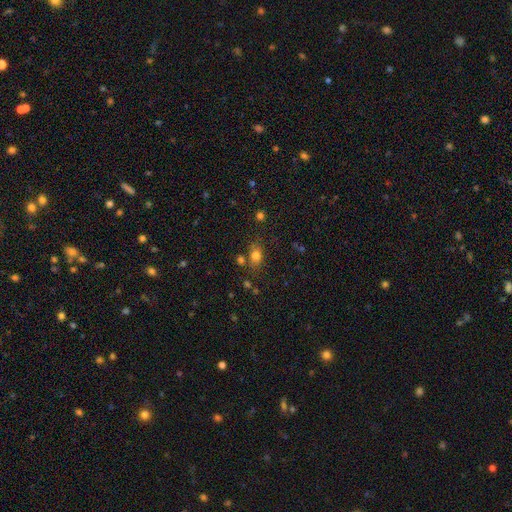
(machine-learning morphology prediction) type=smooth (77%); roundness=in between (67%); merging=none (71%).